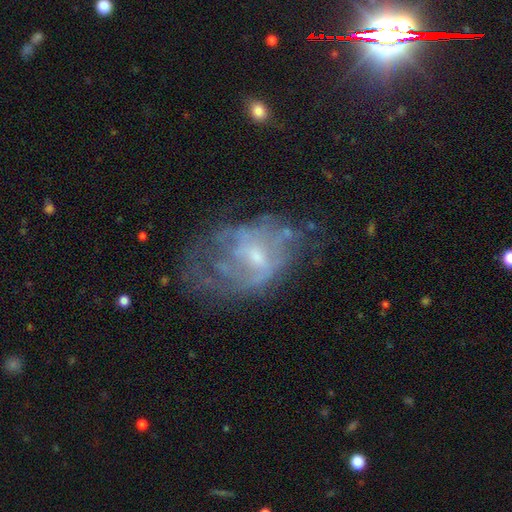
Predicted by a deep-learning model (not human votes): Smooth or featured? featured or disk (69%)
Edge-on disk? no (97%)
Bar? no (58%)
Spiral arms? no (56%)
Bulge size? small (52%)
Merging? none (41%)